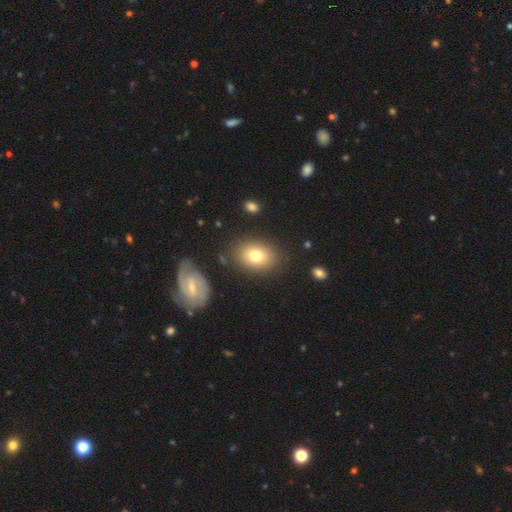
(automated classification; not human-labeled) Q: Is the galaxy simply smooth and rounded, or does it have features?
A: smooth — 75%.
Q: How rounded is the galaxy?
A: in between — 70%.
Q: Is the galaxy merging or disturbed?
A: none — 83%.